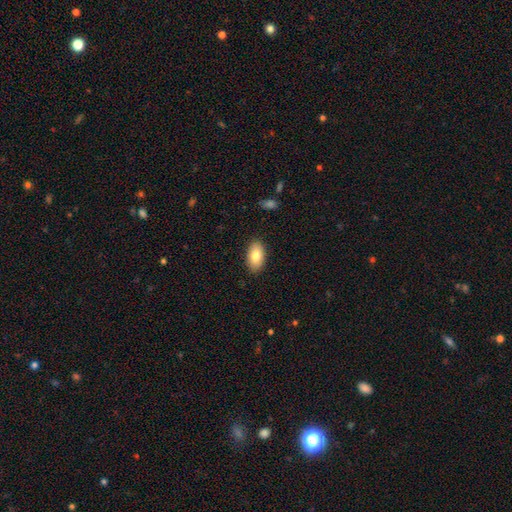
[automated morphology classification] Overall: smooth (81%). How rounded: in between (93%). Merging: none (89%).